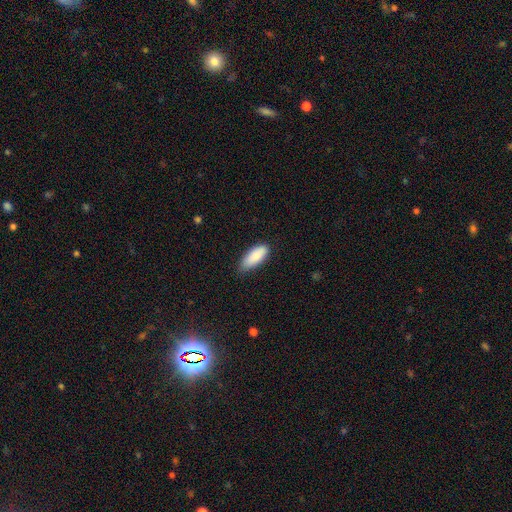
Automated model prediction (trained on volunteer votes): smooth 88%, star or artifact 6%, featured or disk 6%. Down the decision tree: how rounded — in between (78%); merging — none (69%).